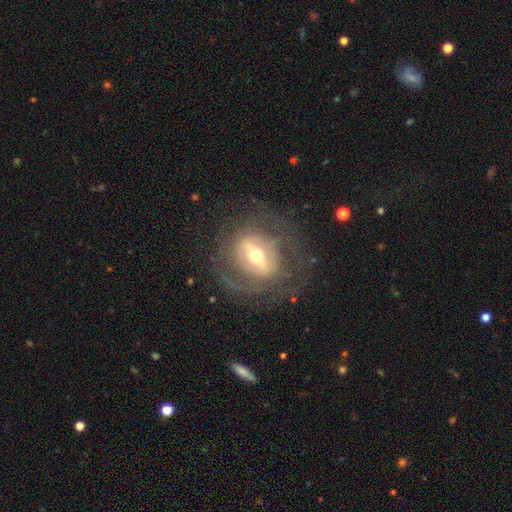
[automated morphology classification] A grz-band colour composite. It shows a featured or disk galaxy (78%) with a strong bar (57%), spiral arms (64%) and a moderate central bulge (62%). Merging: none (68%).